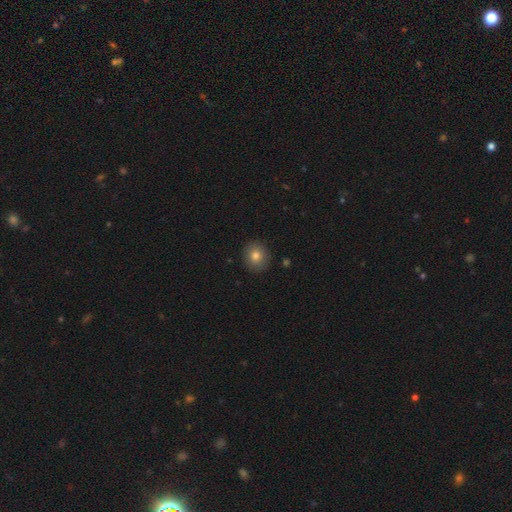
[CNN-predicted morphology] type=smooth (80%); roundness=round (83%); merging=none (90%).